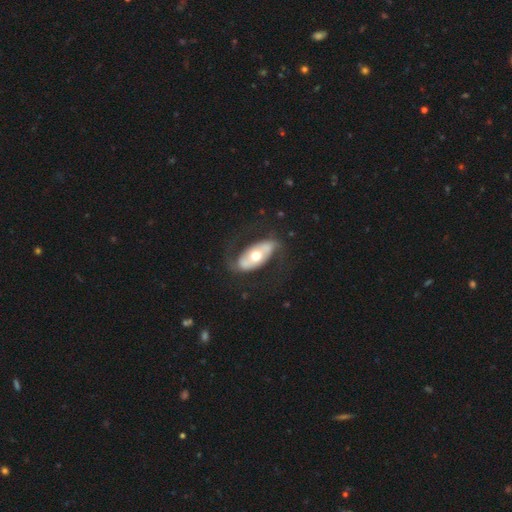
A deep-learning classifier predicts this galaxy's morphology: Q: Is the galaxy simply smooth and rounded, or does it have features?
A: featured or disk — 69%.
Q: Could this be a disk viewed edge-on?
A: no — 90%.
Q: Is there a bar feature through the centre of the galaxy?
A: no — 60%.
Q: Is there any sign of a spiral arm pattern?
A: yes — 68%.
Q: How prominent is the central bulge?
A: moderate — 73%.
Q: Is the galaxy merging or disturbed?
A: none — 70%.